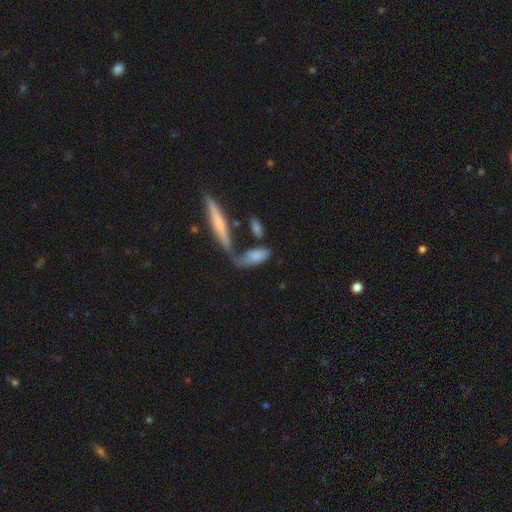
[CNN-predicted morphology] This is likely a smooth galaxy (66%). How rounded: likely in between (68%). Merging: marginally merger (34%).